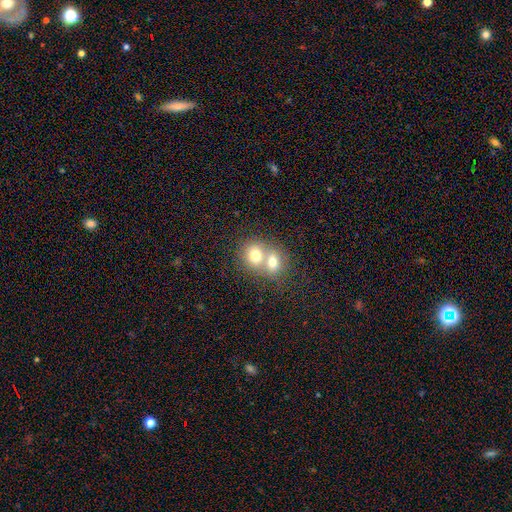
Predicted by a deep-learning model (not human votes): Smooth or featured?
  - smooth: 71% *
  - featured or disk: 18%
  - star or artifact: 10%
How rounded?
  - round: 68% *
  - in between: 31%
  - cigar-shaped: 1%
Merging?
  - merger: 69% *
  - none: 24%
  - minor disturbance: 5%
  - major disturbance: 2%